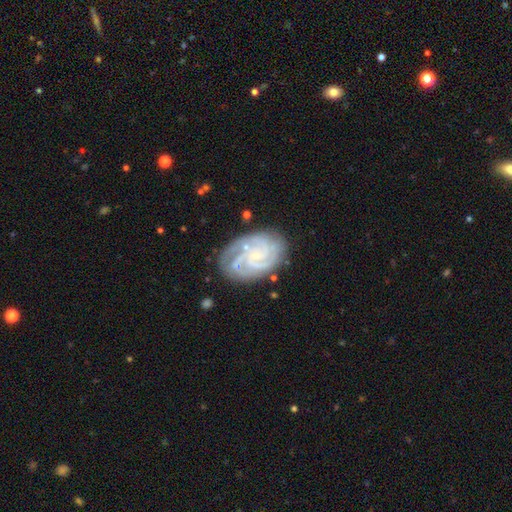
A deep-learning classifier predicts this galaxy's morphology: smooth-or-featured: featured or disk: 86% | smooth: 7% | star or artifact: 6%
  disk-edge-on: no: 97% | yes: 3%
    bar: no: 62% | weak: 30% | strong: 8%
    has-spiral-arms: yes: 98% | no: 2%
      spiral-winding: tight: 70% | medium: 26% | loose: 4%
      spiral-arm-count: 4: 30% | 3: 26% | can't tell: 18% | 2: 12% | more than 4: 9% | 1: 6%
    bulge-size: small: 77% | moderate: 11% | none: 9% | large: 1% | dominant: 1%
  merging: none: 77% | minor disturbance: 16% | major disturbance: 5% | merger: 2%